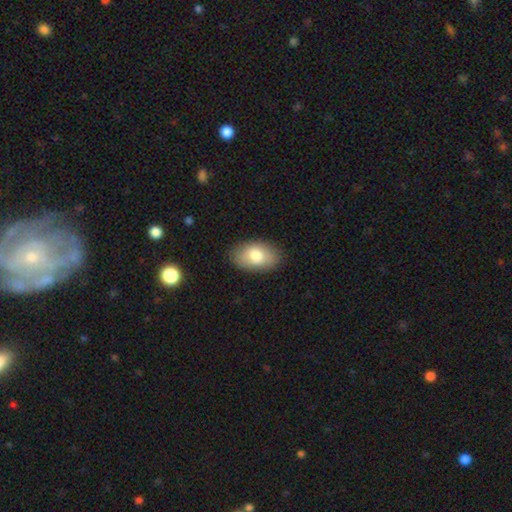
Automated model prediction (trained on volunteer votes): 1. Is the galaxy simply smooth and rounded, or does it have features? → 78% smooth, 15% featured or disk, 7% star or artifact.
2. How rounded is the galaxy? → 91% in between, 7% round, 1% cigar-shaped.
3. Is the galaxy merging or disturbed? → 85% none, 11% minor disturbance, 3% major disturbance, 1% merger.